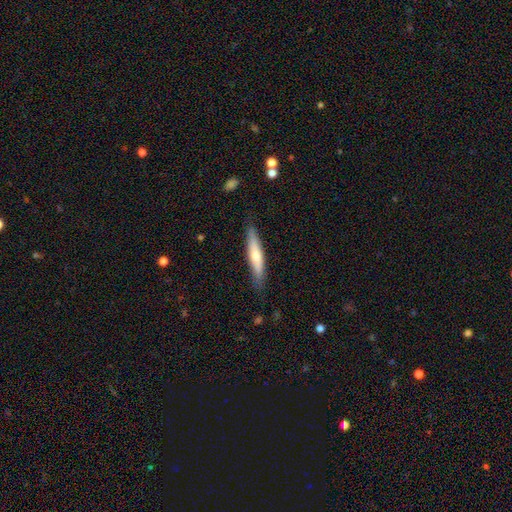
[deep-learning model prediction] This appears to be a smooth galaxy with no disk features (61%) that is cigar-shaped (88%). Merging: none (84%).